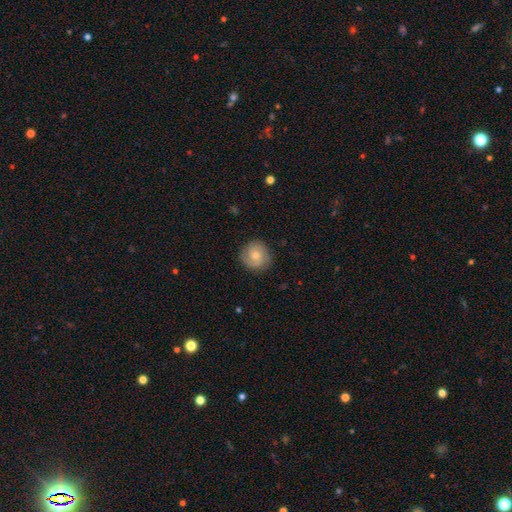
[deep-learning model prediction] Smooth or featured: featured or disk — 54% (smooth — 39%)
Edge-on disk: no — 98% (yes — 2%)
Bar: no — 71% (weak — 25%)
Spiral arms: yes — 90% (no — 10%)
Bulge size: moderate — 53% (small — 40%)
Merging: none — 84% (minor disturbance — 11%)